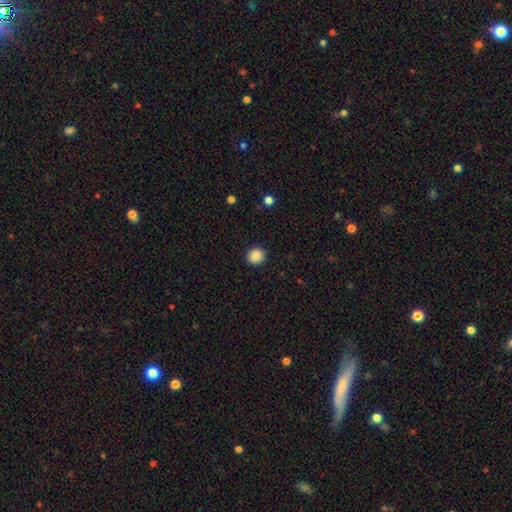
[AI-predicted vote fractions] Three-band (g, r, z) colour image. It shows a smooth galaxy with no disk features (88%) that is round (90%). Merging: none (92%).